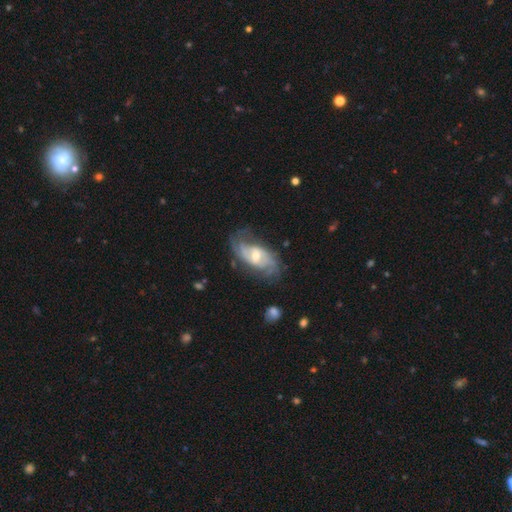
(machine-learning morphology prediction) Smooth or featured: featured or disk — 83% (smooth — 12%)
Edge-on disk: no — 94% (yes — 6%)
Bar: no — 46% (weak — 42%)
Spiral arms: yes — 93% (no — 7%)
Spiral winding: medium — 43% (tight — 31%)
Spiral arm count: 2 — 61% (can't tell — 19%)
Bulge size: moderate — 59% (small — 35%)
Merging: none — 65% (minor disturbance — 21%)